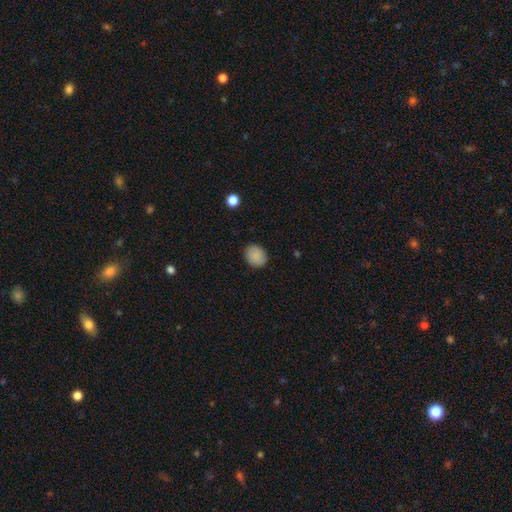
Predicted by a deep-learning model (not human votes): smooth-or-featured: smooth: 88% | star or artifact: 8% | featured or disk: 4%
  how-rounded: round: 60% | in between: 39% | cigar-shaped: 1%
  merging: none: 88% | minor disturbance: 9% | major disturbance: 2% | merger: 1%